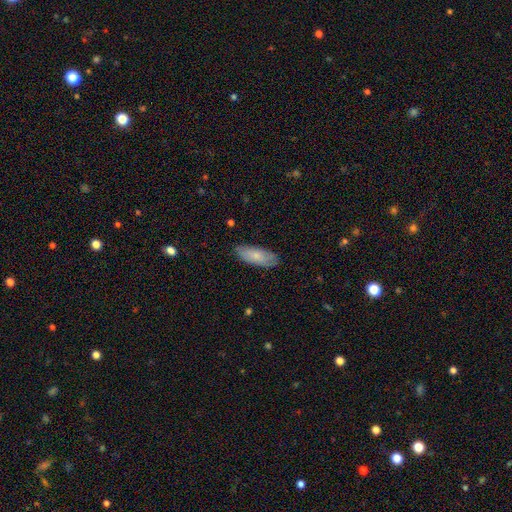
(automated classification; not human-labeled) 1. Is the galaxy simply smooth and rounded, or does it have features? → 74% smooth, 20% featured or disk, 6% star or artifact.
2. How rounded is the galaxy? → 76% in between, 22% cigar-shaped, 2% round.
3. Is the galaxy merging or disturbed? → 80% none, 16% minor disturbance, 3% major disturbance, 1% merger.